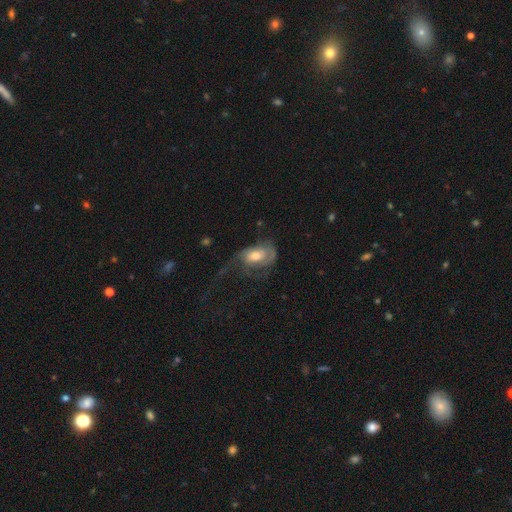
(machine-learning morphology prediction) featured or disk 57%, smooth 36%, star or artifact 8%. Down the decision tree: edge-on disk — no (95%); bar — no (68%); spiral arms — yes (70%); bulge size — moderate (64%); merging — major disturbance (51%).